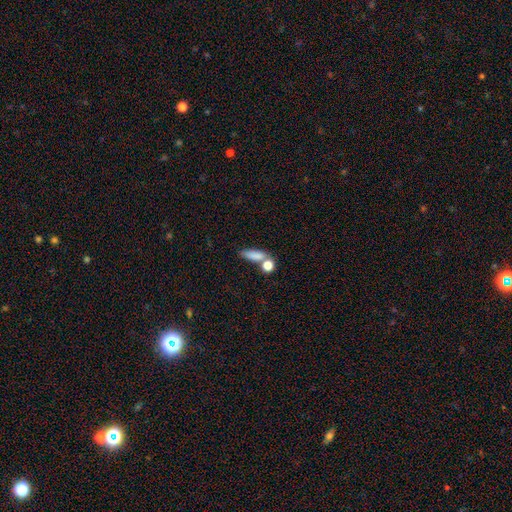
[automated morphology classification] Q: Smooth or featured?
A: smooth (79%); runner-up: star or artifact (11%)
Q: How rounded?
A: in between (49%); runner-up: cigar-shaped (36%)
Q: Merging?
A: none (51%); runner-up: merger (29%)